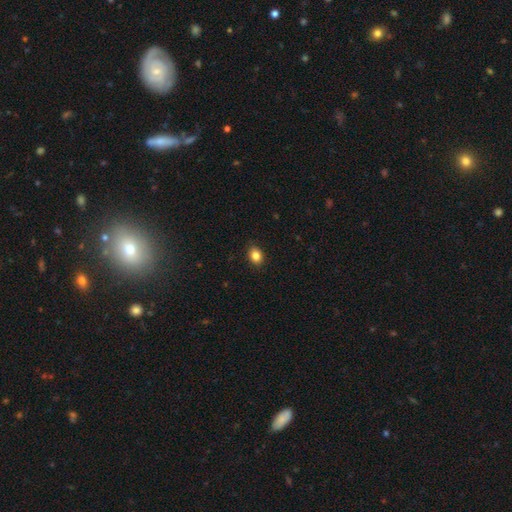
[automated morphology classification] Smooth or featured: smooth — 84% (star or artifact — 10%)
How rounded: in between — 61% (round — 38%)
Merging: none — 86% (minor disturbance — 10%)